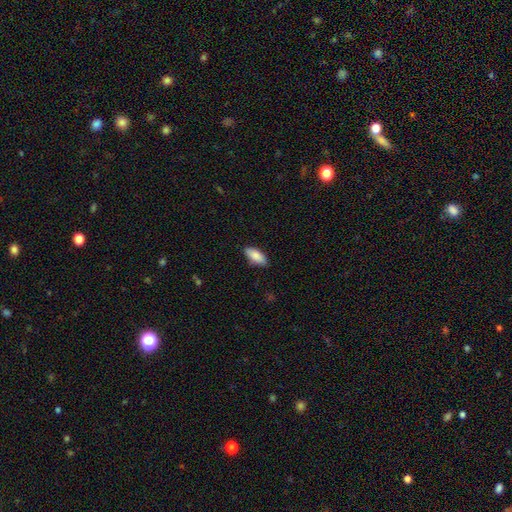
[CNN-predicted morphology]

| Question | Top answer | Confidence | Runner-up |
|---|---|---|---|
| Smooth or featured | smooth | 86% | featured or disk (8%) |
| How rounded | in between | 86% | cigar-shaped (12%) |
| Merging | none | 85% | minor disturbance (12%) |